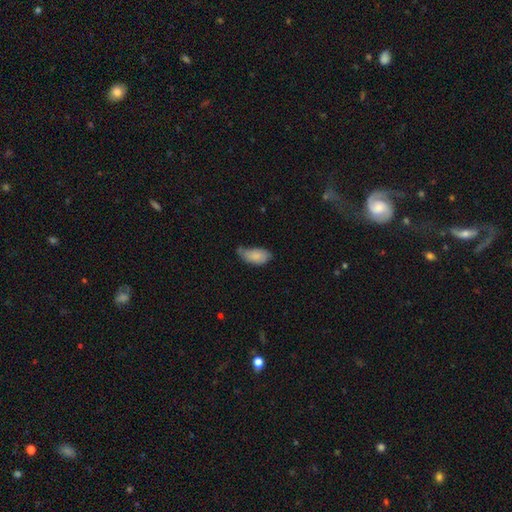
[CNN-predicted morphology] smooth_or_featured: smooth (p=0.82) [alt: featured or disk p=0.11]
how_rounded: in between (p=0.93) [alt: cigar-shaped p=0.04]
merging: minor disturbance (p=0.42) [alt: none p=0.40]